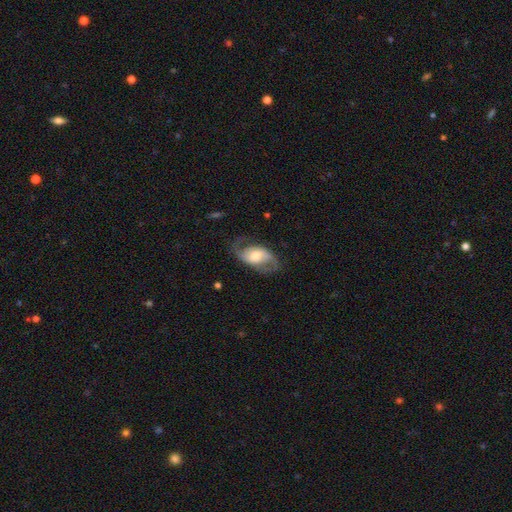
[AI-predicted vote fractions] Smooth or featured: featured or disk — 75% (smooth — 19%)
Edge-on disk: no — 96% (yes — 4%)
Bar: no — 48% (weak — 37%)
Spiral arms: yes — 89% (no — 11%)
Spiral winding: medium — 44% (loose — 43%)
Spiral arm count: 2 — 88% (can't tell — 5%)
Bulge size: moderate — 57% (small — 22%)
Merging: none — 68% (minor disturbance — 17%)